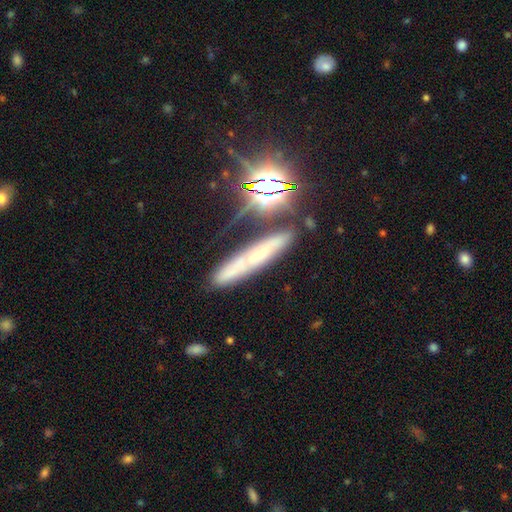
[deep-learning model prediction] Overall: star or artifact (35%; featured or disk 33%).